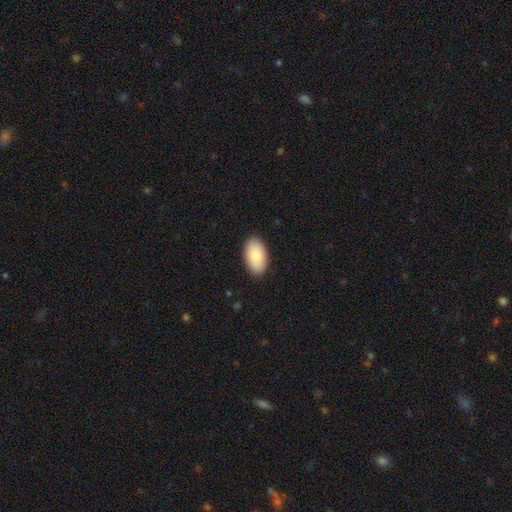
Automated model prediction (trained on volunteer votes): A smooth galaxy with no disk features (83%) that is in between round and cigar-shaped (95%).

Vote fractions:
- Smooth or featured? smooth: 83% / featured or disk: 12% / star or artifact: 6%
- How rounded? in between: 95% / round: 3% / cigar-shaped: 1%
- Merging? none: 89% / minor disturbance: 9% / major disturbance: 2% / merger: 1%